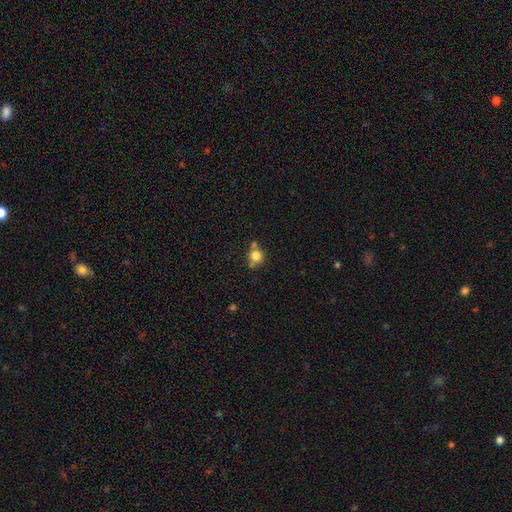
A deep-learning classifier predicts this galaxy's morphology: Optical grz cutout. It shows a smooth galaxy with no disk features (79%) that is round (82%). Merging: none (54%).